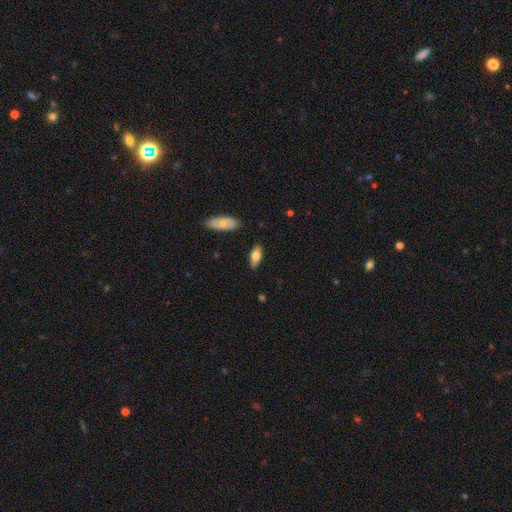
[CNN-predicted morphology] This is likely a smooth galaxy (73%). How rounded: likely in between (79%). Merging: clearly none (82%).